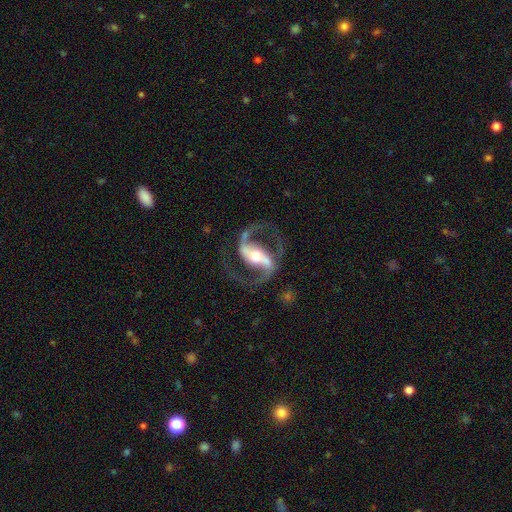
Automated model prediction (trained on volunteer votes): The model was most divided on "bulge size": moderate: 58%, small: 27%, large: 11%, dominant: 2%, none: 2%. More confident: spiral arms — yes (97%); edge-on disk — no (97%); spiral arm count — 2 (94%); smooth or featured — featured or disk (93%); merging — none (78%); bar — strong (70%); spiral winding — medium (63%).